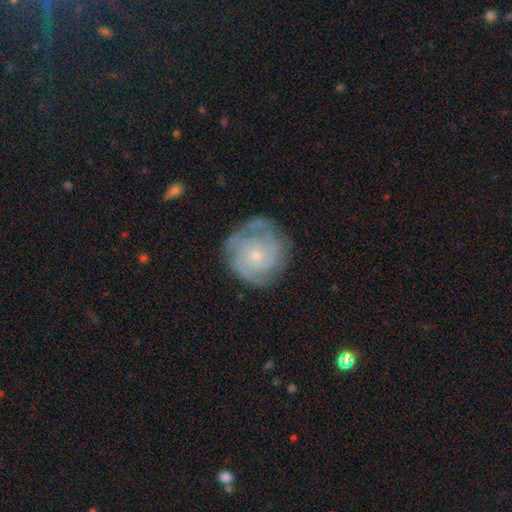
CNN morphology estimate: This is likely a featured or disk galaxy (80%). It is clearly not viewed edge-on (98%). Bar: likely no (77%). Spiral arm pattern: clearly yes (93%). Spiral arm count: marginally 3 (30%). Spiral winding: likely tight (63%). Central bulge: likely small (64%). Merging: likely none (74%).